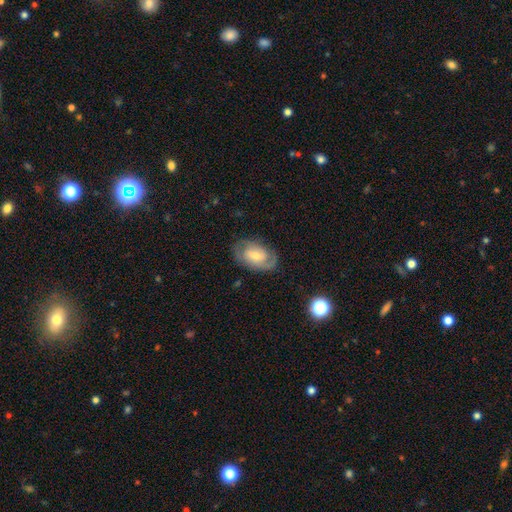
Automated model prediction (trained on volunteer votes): Smooth or featured?
  - featured or disk: 64% *
  - smooth: 29%
  - star or artifact: 6%
Edge-on disk?
  - no: 95% *
  - yes: 5%
Bar?
  - no: 45% *
  - weak: 43%
  - strong: 12%
Spiral arms?
  - yes: 84% *
  - no: 16%
Spiral winding?
  - tight: 45% *
  - medium: 40%
  - loose: 14%
Spiral arm count?
  - 2: 59% *
  - can't tell: 21%
  - 1: 12%
  - 3: 5%
  - 4: 2%
  - more than 4: 1%
Bulge size?
  - small: 47% *
  - moderate: 45%
  - large: 4%
  - none: 2%
  - dominant: 1%
Merging?
  - none: 74% *
  - minor disturbance: 17%
  - major disturbance: 7%
  - merger: 1%